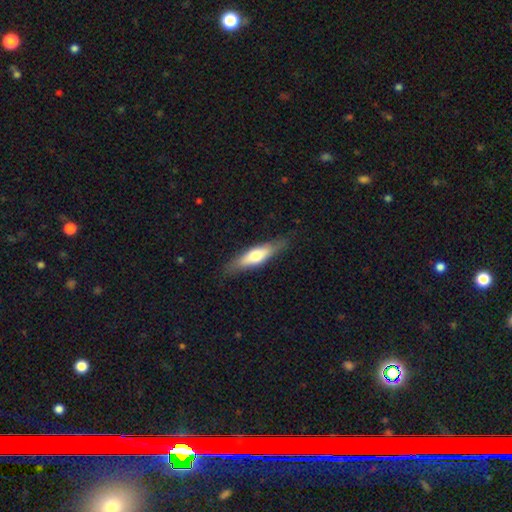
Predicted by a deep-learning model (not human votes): Smooth or featured: smooth — 57% (featured or disk — 38%)
How rounded: cigar-shaped — 67% (in between — 31%)
Merging: none — 81% (minor disturbance — 15%)